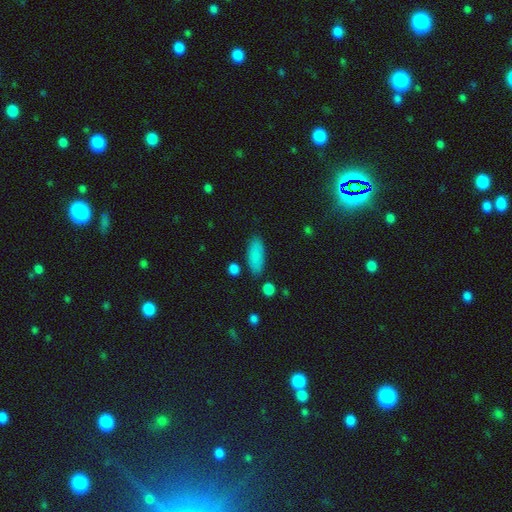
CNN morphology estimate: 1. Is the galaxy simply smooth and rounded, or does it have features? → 86% smooth, 8% star or artifact, 6% featured or disk.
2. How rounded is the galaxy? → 79% in between, 18% cigar-shaped, 3% round.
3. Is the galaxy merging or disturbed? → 82% none, 12% minor disturbance, 3% merger, 3% major disturbance.